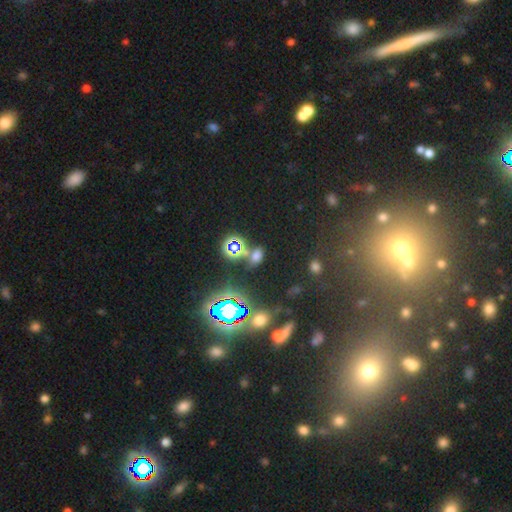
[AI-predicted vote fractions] smooth_or_featured: star or artifact (p=0.46) [alt: smooth p=0.45]